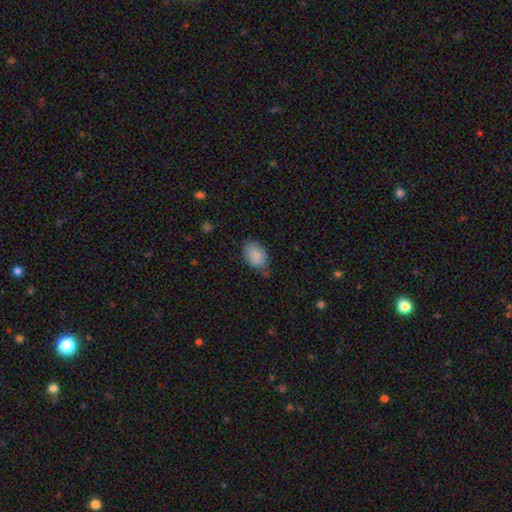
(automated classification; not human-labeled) Morphology: type=smooth (88%); roundness=in between (85%); merging=none (68%).